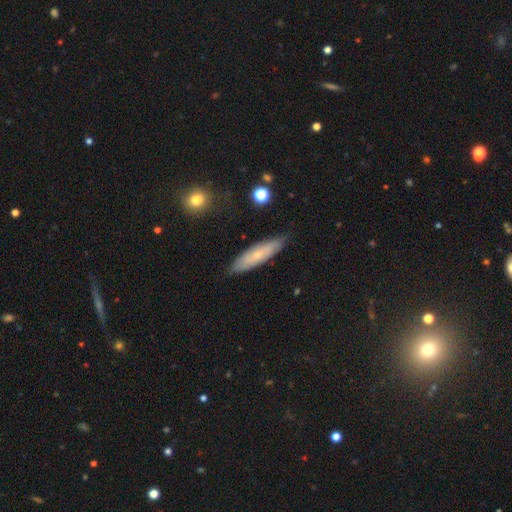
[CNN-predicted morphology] This is possibly a smooth galaxy (49%). Merging: clearly none (81%).